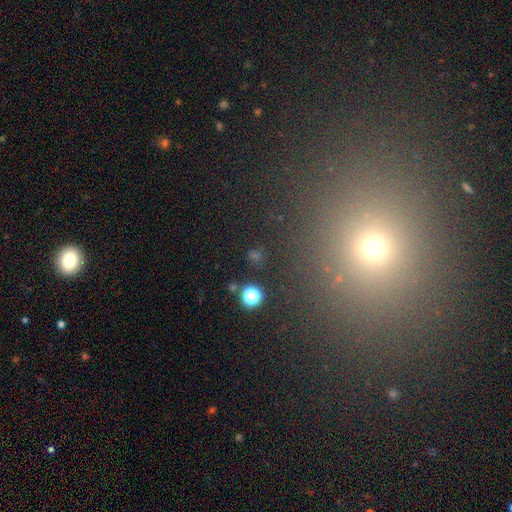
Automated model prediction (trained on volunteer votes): Smooth or featured: smooth — 58% (star or artifact — 35%)
How rounded: round — 87% (in between — 11%)
Merging: none — 87% (minor disturbance — 6%)